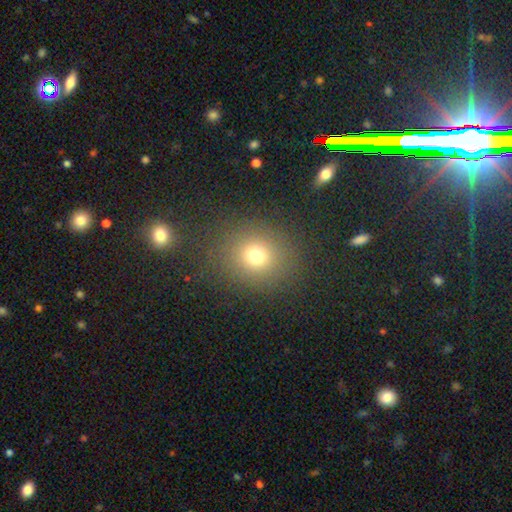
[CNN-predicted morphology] Smooth or featured? smooth (71%)
How rounded? round (79%)
Merging? none (85%)